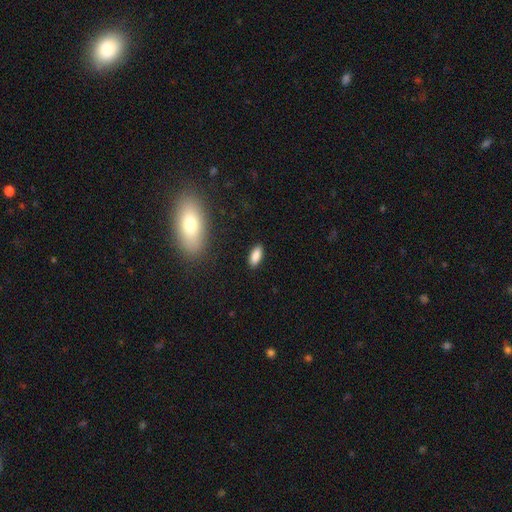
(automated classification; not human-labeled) Smooth or featured? Predicted: smooth (p=0.87). How rounded? Predicted: in between (p=0.82). Merging? Predicted: none (p=0.88).